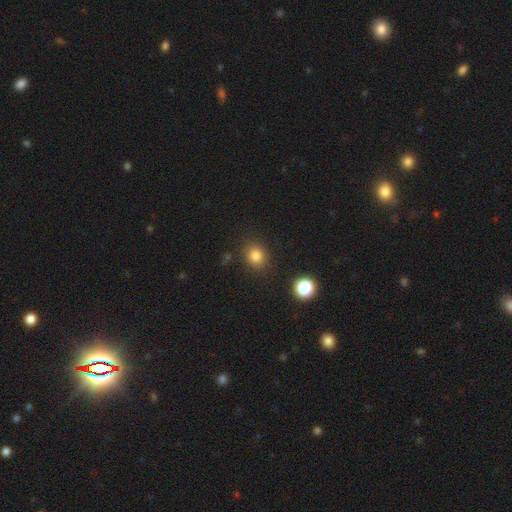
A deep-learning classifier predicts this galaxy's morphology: Overall: smooth (81%). How rounded: round (68%; in between 31%). Merging: none (84%).